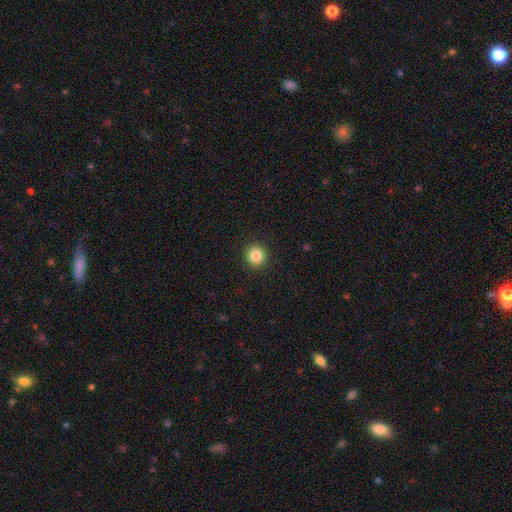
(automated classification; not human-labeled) smooth-or-featured: smooth: 85% | star or artifact: 10% | featured or disk: 5%
  how-rounded: round: 93% | in between: 6% | cigar-shaped: 1%
  merging: none: 92% | minor disturbance: 5% | major disturbance: 2% | merger: 1%